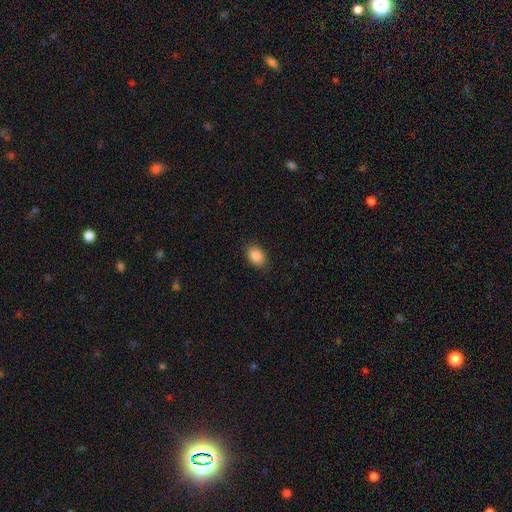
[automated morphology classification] smooth 88%, star or artifact 8%, featured or disk 4%. Down the decision tree: how rounded — in between (76%); merging — none (86%).